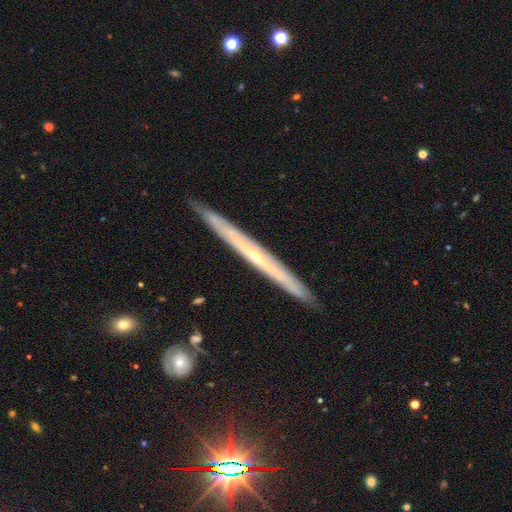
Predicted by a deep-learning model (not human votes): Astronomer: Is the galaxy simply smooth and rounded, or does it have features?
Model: featured or disk — 75%.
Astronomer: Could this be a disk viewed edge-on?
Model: yes — 95%.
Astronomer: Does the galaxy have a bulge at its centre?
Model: none — 58% (runner-up: rounded, 39%).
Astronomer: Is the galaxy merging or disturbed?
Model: none — 90%.